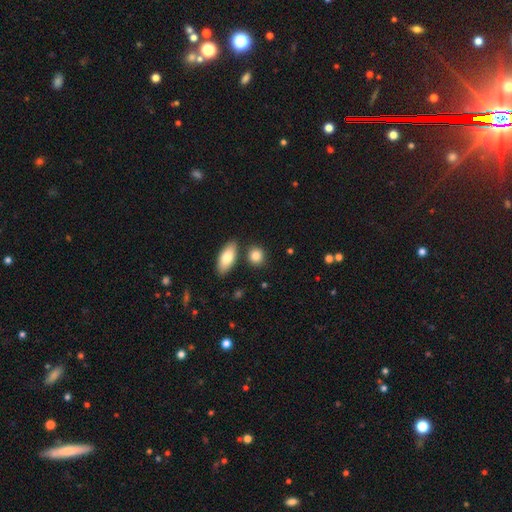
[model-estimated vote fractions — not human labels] Smooth or featured? Predicted: smooth (p=0.84). How rounded? Predicted: round (p=0.59). Merging? Predicted: none (p=0.79).